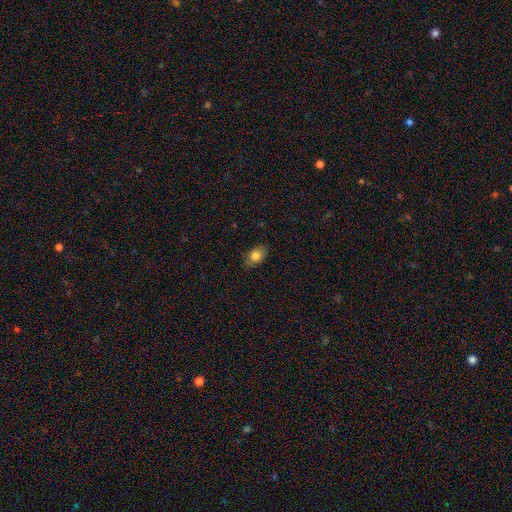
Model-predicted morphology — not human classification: Smooth or featured?
  - smooth: 81% *
  - featured or disk: 11%
  - star or artifact: 9%
How rounded?
  - in between: 82% *
  - round: 17%
  - cigar-shaped: 2%
Merging?
  - none: 83% *
  - minor disturbance: 13%
  - major disturbance: 3%
  - merger: 1%